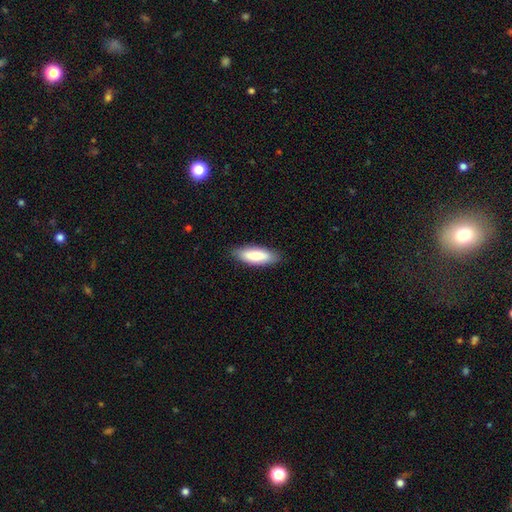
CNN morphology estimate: The model was most divided on "how rounded": in between: 67%, cigar-shaped: 31%, round: 2%. More confident: merging — none (86%); smooth or featured — smooth (79%).